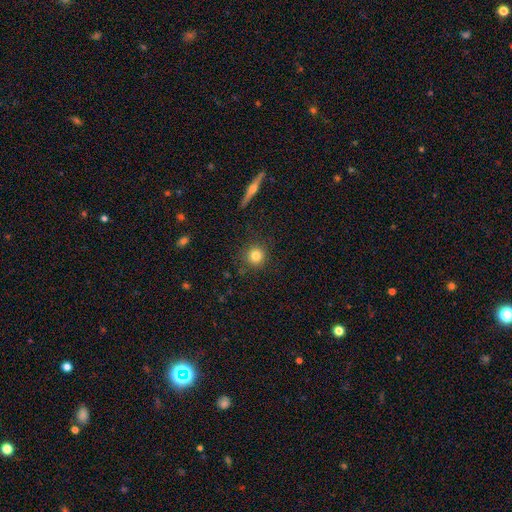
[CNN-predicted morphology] A smooth galaxy with no disk features (81%) that is round (94%). Merging: none (88%).